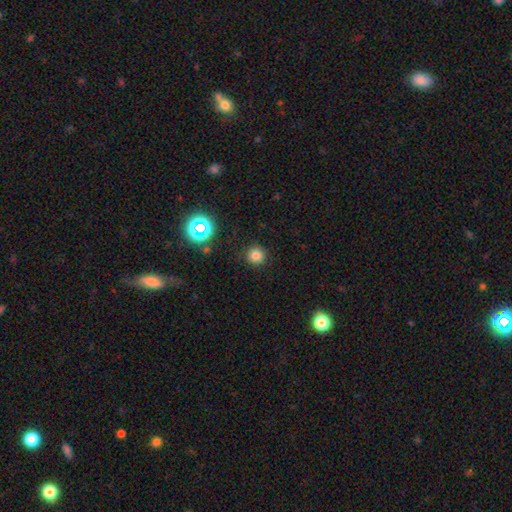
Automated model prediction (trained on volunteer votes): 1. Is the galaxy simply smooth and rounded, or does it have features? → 78% smooth, 17% star or artifact, 5% featured or disk.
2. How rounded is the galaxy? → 94% round, 5% in between, 1% cigar-shaped.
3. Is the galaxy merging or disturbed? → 90% none, 7% minor disturbance, 3% major disturbance, 1% merger.